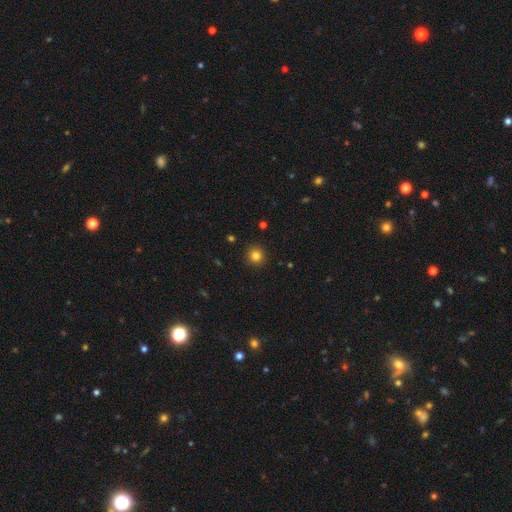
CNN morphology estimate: type=smooth (83%); roundness=round (93%); merging=none (91%).